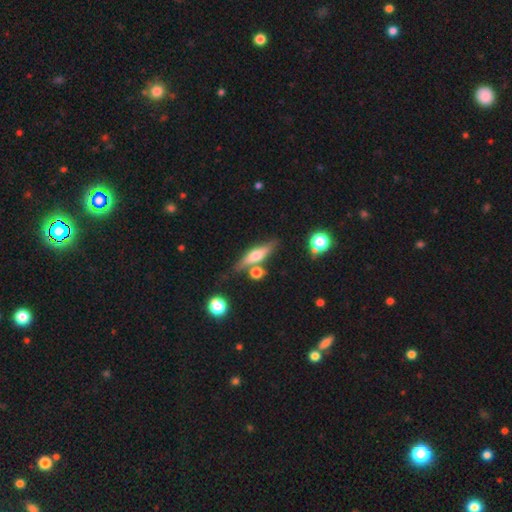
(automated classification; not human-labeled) This is possibly a featured or disk galaxy (49%). Merging: likely none (72%).